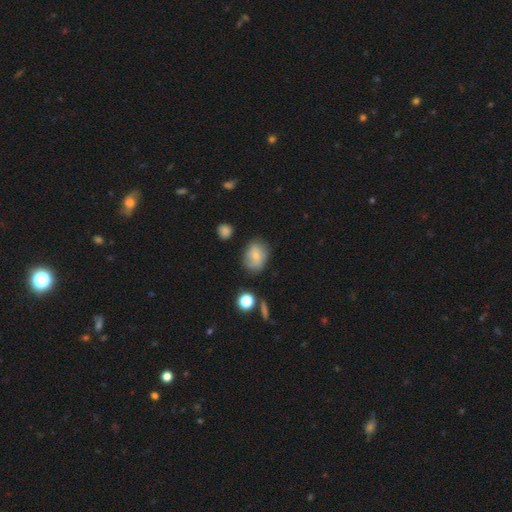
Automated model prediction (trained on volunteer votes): Overall: smooth (73%). How rounded: in between (67%; round 32%). Merging: none (69%).